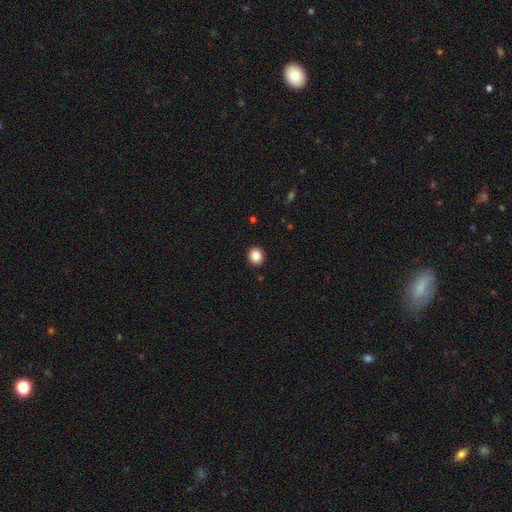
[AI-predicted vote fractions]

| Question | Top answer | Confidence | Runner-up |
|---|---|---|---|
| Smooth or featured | smooth | 86% | star or artifact (10%) |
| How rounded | round | 70% | in between (29%) |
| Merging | none | 91% | minor disturbance (6%) |